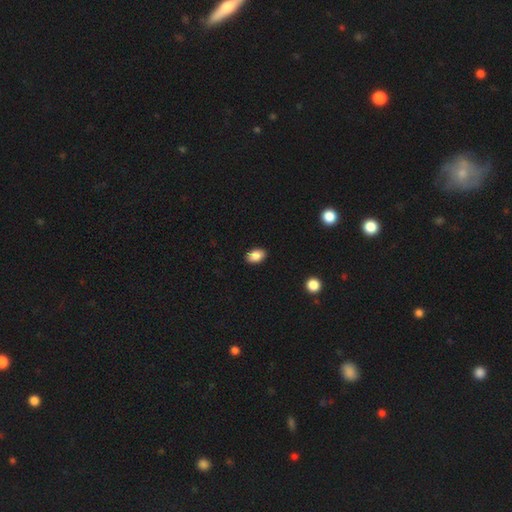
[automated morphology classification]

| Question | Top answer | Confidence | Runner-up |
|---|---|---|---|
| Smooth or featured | smooth | 87% | star or artifact (8%) |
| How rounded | in between | 87% | round (12%) |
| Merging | none | 90% | minor disturbance (8%) |